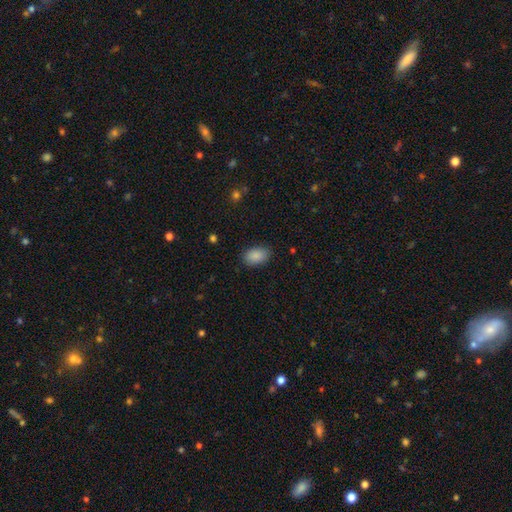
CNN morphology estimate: The model was most divided on "merging": none: 85%, minor disturbance: 12%, major disturbance: 3%, merger: 1%. More confident: how rounded — in between (90%); smooth or featured — smooth (89%).